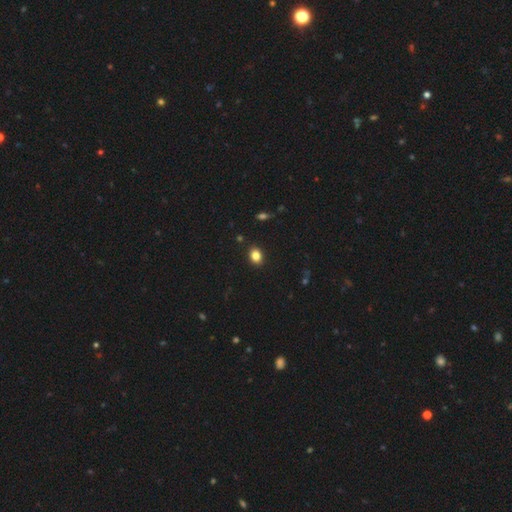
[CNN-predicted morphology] Q: Smooth or featured?
A: smooth (84%); runner-up: star or artifact (10%)
Q: How rounded?
A: in between (63%); runner-up: round (36%)
Q: Merging?
A: none (89%); runner-up: minor disturbance (8%)